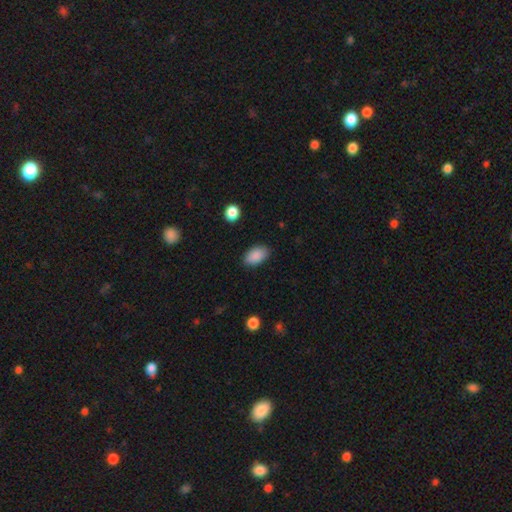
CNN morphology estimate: This is clearly a smooth galaxy (89%). How rounded: clearly in between (93%). Merging: clearly none (85%).